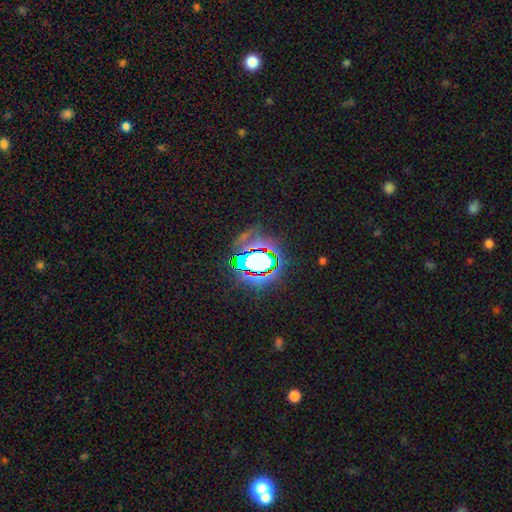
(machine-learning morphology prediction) Smooth or featured? star or artifact (63%)